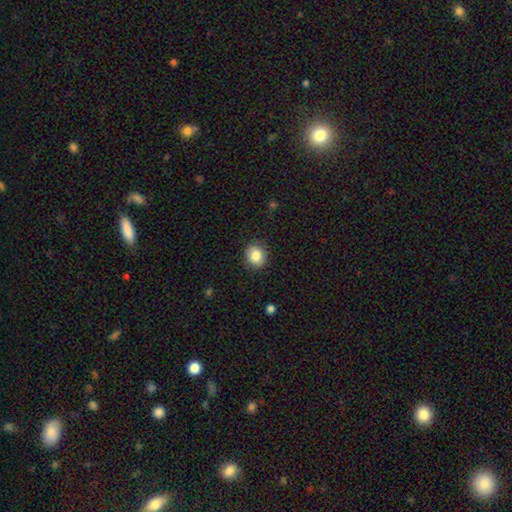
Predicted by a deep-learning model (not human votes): Smooth or featured: smooth — 85% (star or artifact — 9%)
How rounded: round — 72% (in between — 27%)
Merging: none — 88% (minor disturbance — 9%)